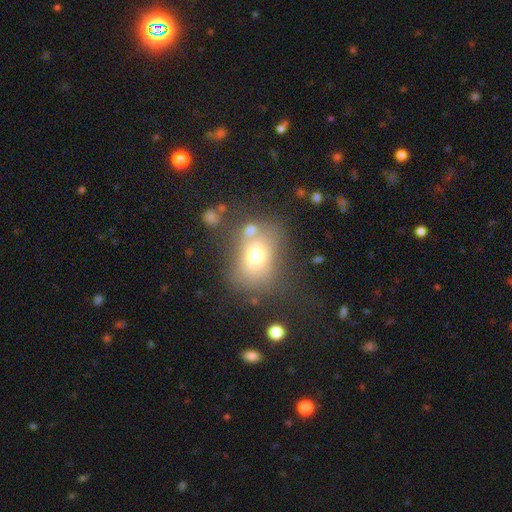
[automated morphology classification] This appears to be a smooth galaxy with no disk features (69%) that is in between round and cigar-shaped (62%). Merging: none (57%).